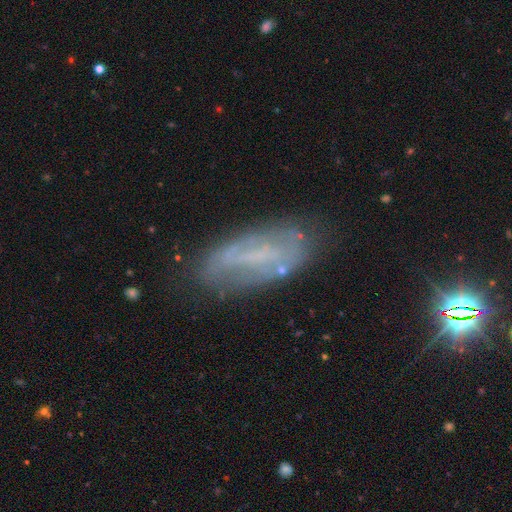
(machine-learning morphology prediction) This appears to be a featured or disk galaxy (57%). Merging: none (69%).